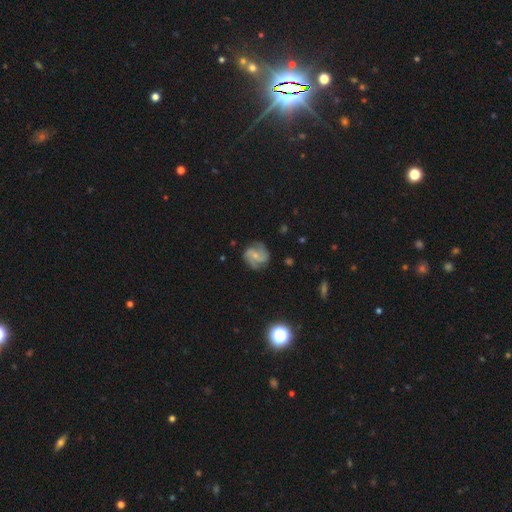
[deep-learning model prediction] The model was most divided on "bar": no: 45%, weak: 43%, strong: 12%. Remaining: edge-on disk — no (98%); spiral arms — yes (95%); merging — none (77%); smooth or featured — featured or disk (76%); bulge size — small (65%); spiral arm count — 2 (60%); spiral winding — medium (49%).